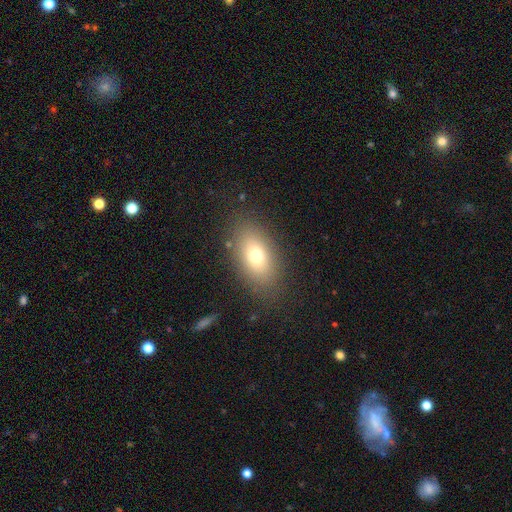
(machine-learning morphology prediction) Smooth or featured: smooth — 72% (featured or disk — 17%)
How rounded: in between — 86% (round — 11%)
Merging: none — 83% (minor disturbance — 11%)